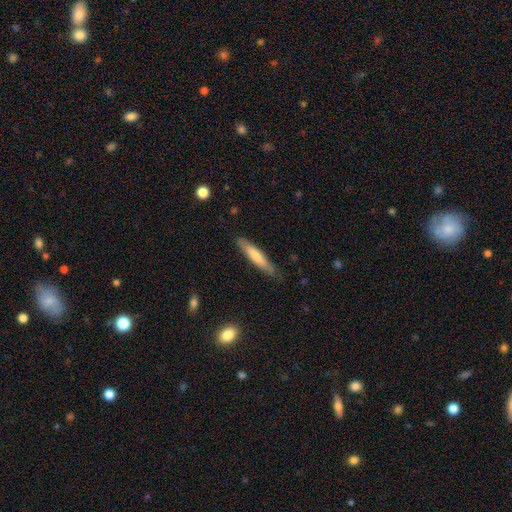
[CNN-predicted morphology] type=smooth (66%); roundness=cigar-shaped (90%); merging=none (86%).